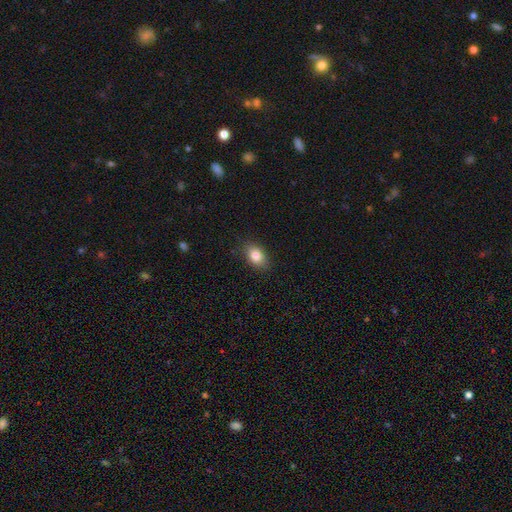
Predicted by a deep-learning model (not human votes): A smooth galaxy with no disk features (84%) that is in between round and cigar-shaped (82%).

Vote fractions:
- Smooth or featured? smooth: 84% / star or artifact: 8% / featured or disk: 7%
- How rounded? in between: 82% / round: 16% / cigar-shaped: 1%
- Merging? none: 86% / minor disturbance: 10% / major disturbance: 3% / merger: 1%